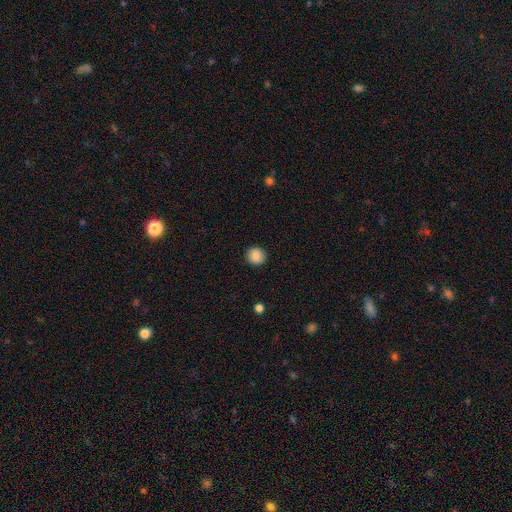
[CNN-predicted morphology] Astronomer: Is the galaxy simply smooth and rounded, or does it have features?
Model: smooth — 87%.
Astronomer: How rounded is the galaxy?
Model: round — 93%.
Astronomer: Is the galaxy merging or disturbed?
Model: none — 92%.